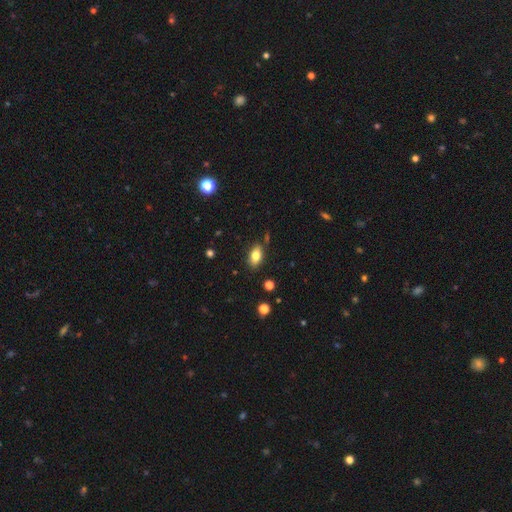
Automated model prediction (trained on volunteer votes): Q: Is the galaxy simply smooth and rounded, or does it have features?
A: smooth — 79%.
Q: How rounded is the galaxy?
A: in between — 88%.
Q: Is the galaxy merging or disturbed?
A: none — 81%.